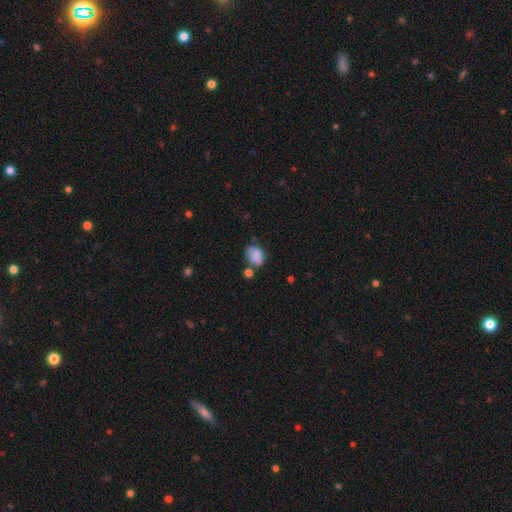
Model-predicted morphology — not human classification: The model was most divided on "merging": none: 47%, minor disturbance: 28%, merger: 15%, major disturbance: 11%. More confident: smooth or featured — smooth (76%); how rounded — in between (61%).